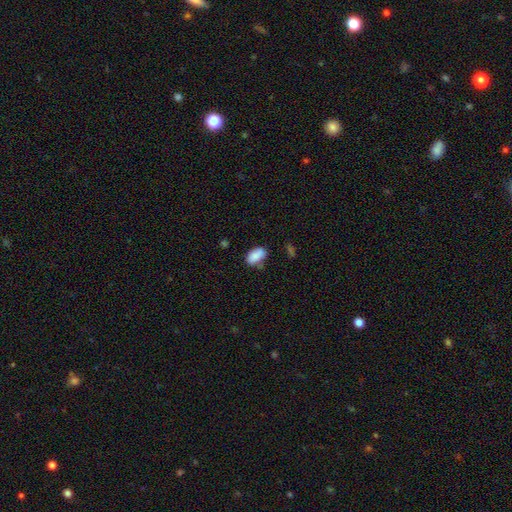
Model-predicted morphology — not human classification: Smooth or featured? Predicted: smooth (p=0.86). How rounded? Predicted: in between (p=0.92). Merging? Predicted: none (p=0.66).